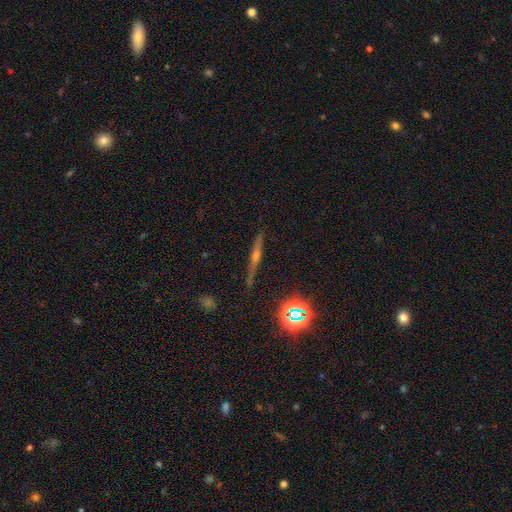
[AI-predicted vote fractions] A featured or disk galaxy (63%) viewed edge-on (96%) with a rounded central bulge (85%). Merging: none (88%).